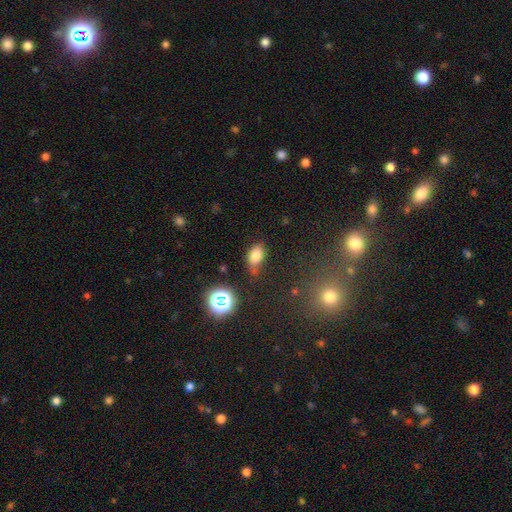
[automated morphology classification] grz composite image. It shows a smooth galaxy with no disk features (77%) that is in between round and cigar-shaped (86%). Merging: none (56%).